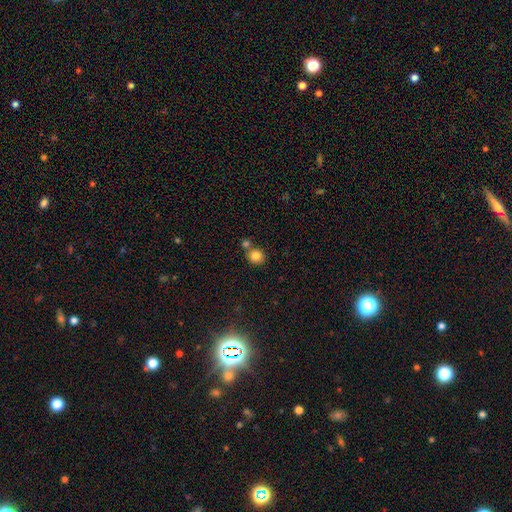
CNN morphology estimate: Smooth or featured?
  - smooth: 83% *
  - star or artifact: 11%
  - featured or disk: 7%
How rounded?
  - round: 83% *
  - in between: 16%
  - cigar-shaped: 1%
Merging?
  - none: 62% *
  - merger: 26%
  - minor disturbance: 9%
  - major disturbance: 3%